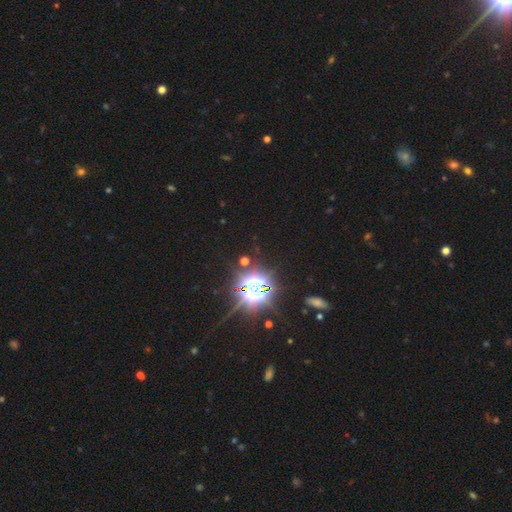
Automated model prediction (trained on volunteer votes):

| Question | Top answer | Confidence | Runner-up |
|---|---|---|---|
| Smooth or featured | star or artifact | 86% | smooth (9%) |